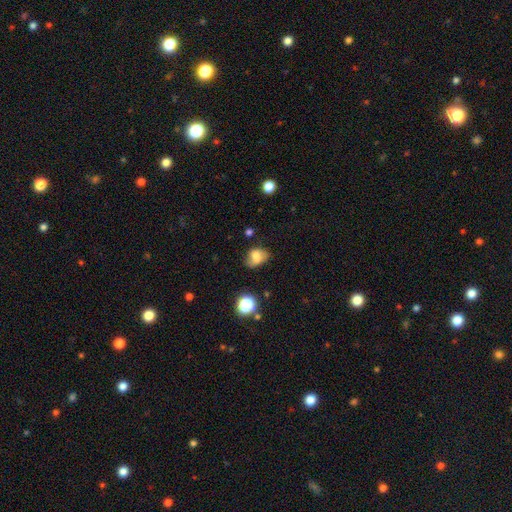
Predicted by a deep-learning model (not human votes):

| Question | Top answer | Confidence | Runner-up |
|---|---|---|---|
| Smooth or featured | smooth | 70% | featured or disk (18%) |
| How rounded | in between | 67% | round (32%) |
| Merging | none | 49% | minor disturbance (34%) |